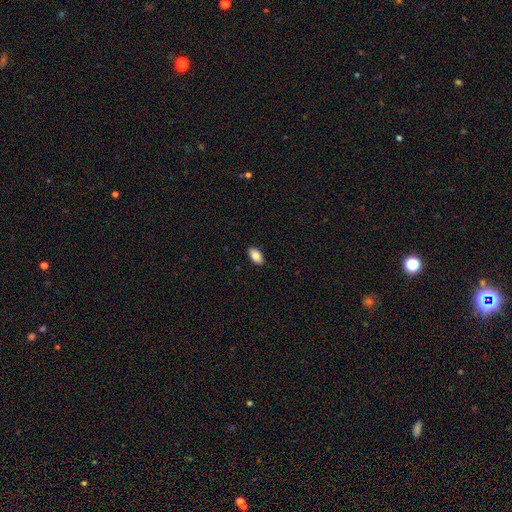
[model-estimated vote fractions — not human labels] Morphology: type=smooth (83%); roundness=in between (94%); merging=none (90%).